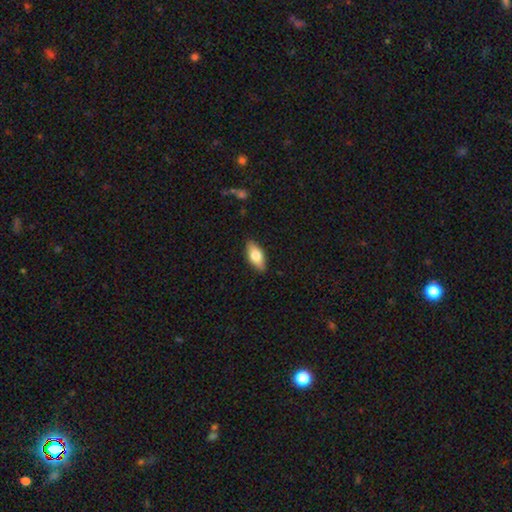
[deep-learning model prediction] A smooth galaxy with no disk features (74%) that is in between round and cigar-shaped (86%). Merging: none (87%).